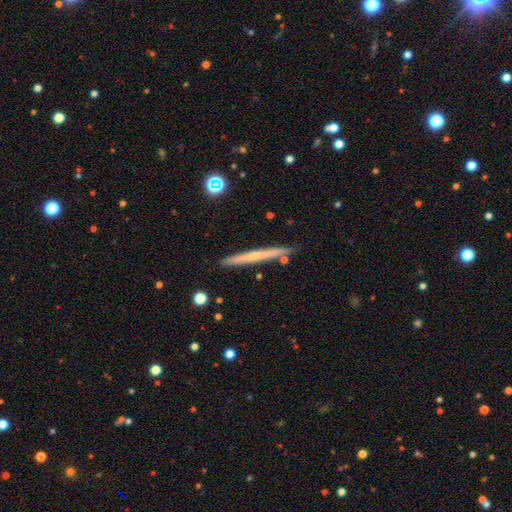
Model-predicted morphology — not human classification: smooth 47%, featured or disk 46%, star or artifact 6%. Down the decision tree: merging — none (89%).